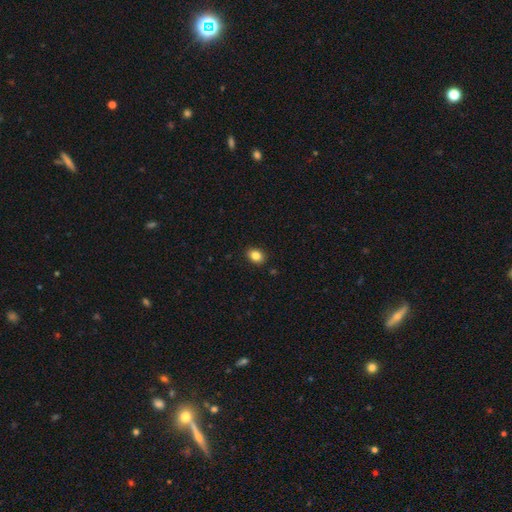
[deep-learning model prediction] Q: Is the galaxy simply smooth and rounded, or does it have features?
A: smooth — 85%.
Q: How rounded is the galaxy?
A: in between — 57%.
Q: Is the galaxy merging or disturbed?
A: none — 89%.